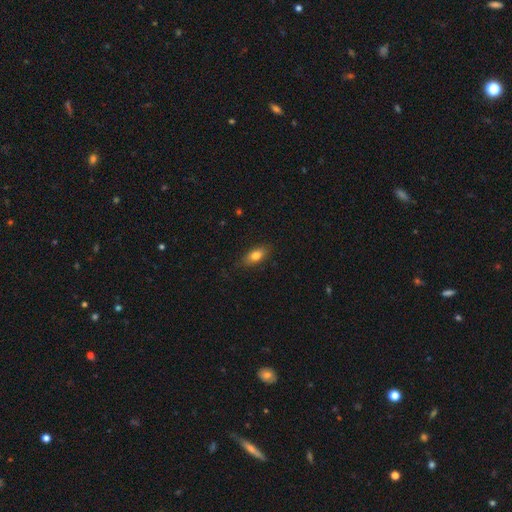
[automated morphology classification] This is likely a smooth galaxy (78%). How rounded: clearly in between (81%). Merging: clearly none (82%).